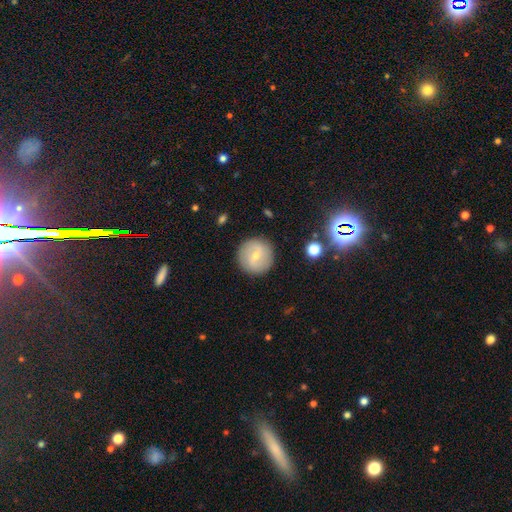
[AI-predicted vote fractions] smooth 51%, featured or disk 41%, star or artifact 8%. Down the decision tree: how rounded — round (95%); merging — none (89%).